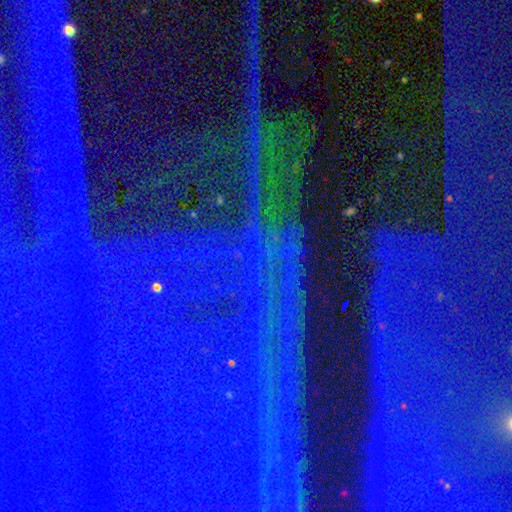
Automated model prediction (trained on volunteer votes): A star or artifact, not a galaxy (86%).

Vote fractions:
- Smooth or featured? star or artifact: 86% / featured or disk: 8% / smooth: 6%